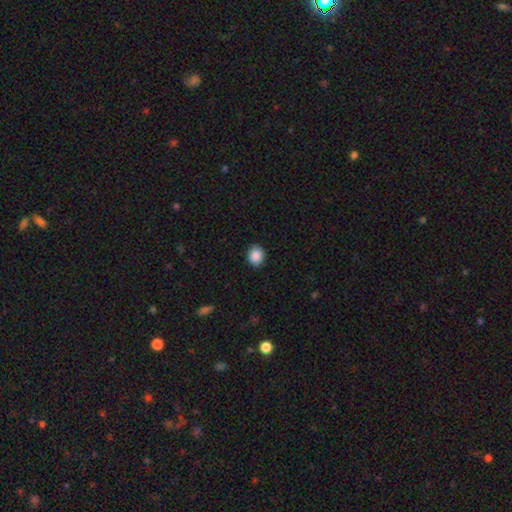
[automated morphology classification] smooth 88%, star or artifact 9%, featured or disk 3%. Down the decision tree: how rounded — round (70%); merging — none (87%).